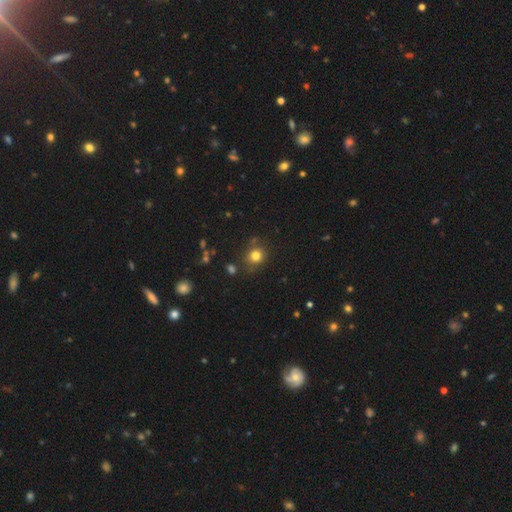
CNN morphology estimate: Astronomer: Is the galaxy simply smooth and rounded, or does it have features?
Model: smooth — 79%.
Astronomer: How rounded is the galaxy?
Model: round — 81%.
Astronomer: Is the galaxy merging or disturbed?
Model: none — 79%.